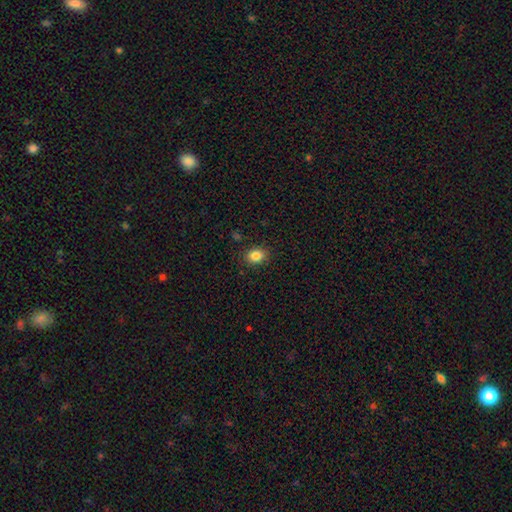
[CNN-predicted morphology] type=smooth (84%); roundness=in between (52%); merging=none (87%).